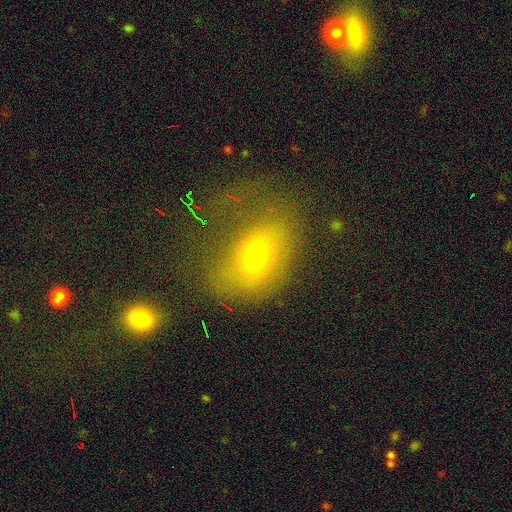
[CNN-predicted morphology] smooth_or_featured: smooth (p=0.67) [alt: star or artifact p=0.19]
how_rounded: in between (p=0.60) [alt: round p=0.37]
merging: none (p=0.67) [alt: minor disturbance p=0.16]